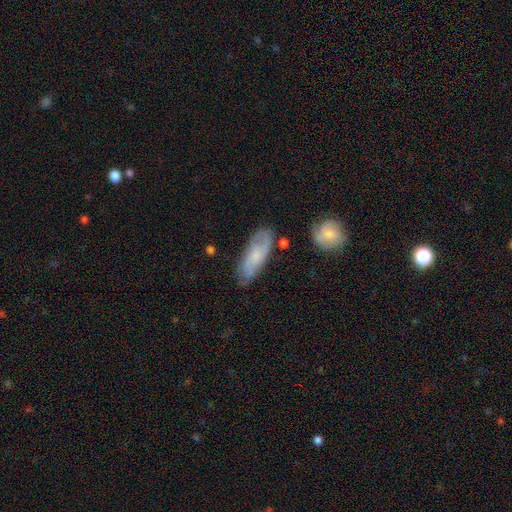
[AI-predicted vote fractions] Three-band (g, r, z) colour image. It shows a featured or disk galaxy (51%). Merging: none (73%).